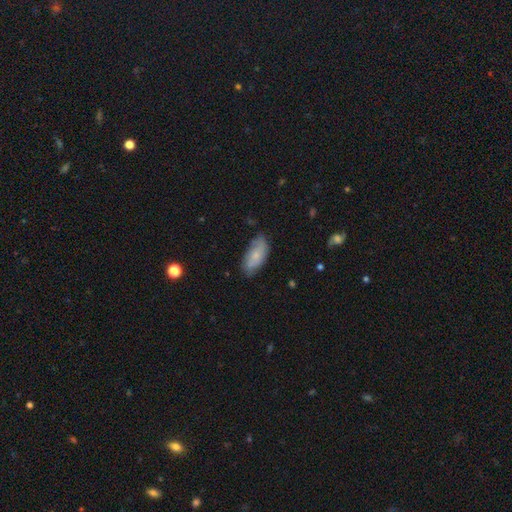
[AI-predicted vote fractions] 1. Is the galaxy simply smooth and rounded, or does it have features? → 65% smooth, 28% featured or disk, 7% star or artifact.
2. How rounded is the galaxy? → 89% in between, 9% cigar-shaped, 2% round.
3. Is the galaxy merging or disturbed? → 69% none, 25% minor disturbance, 5% major disturbance, 2% merger.